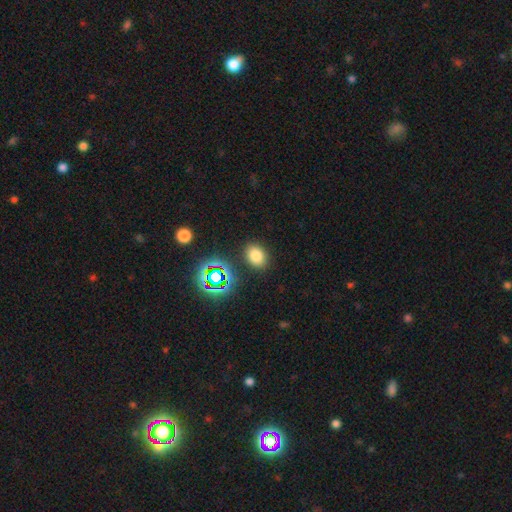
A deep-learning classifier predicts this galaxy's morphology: Overall: smooth (75%). How rounded: in between (63%; round 36%). Merging: none (85%).